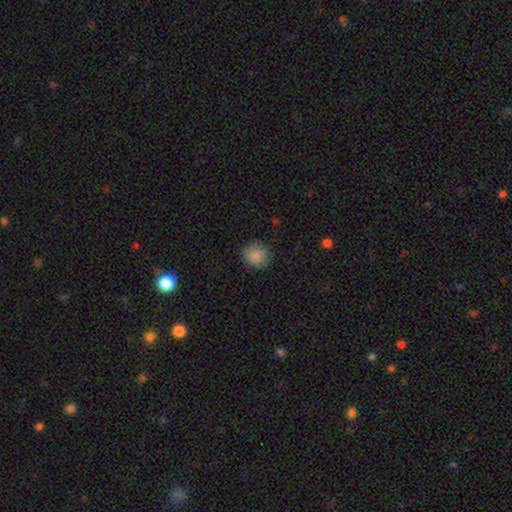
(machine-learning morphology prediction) Smooth or featured? Predicted: smooth (p=0.87). How rounded? Predicted: round (p=0.88). Merging? Predicted: none (p=0.88).